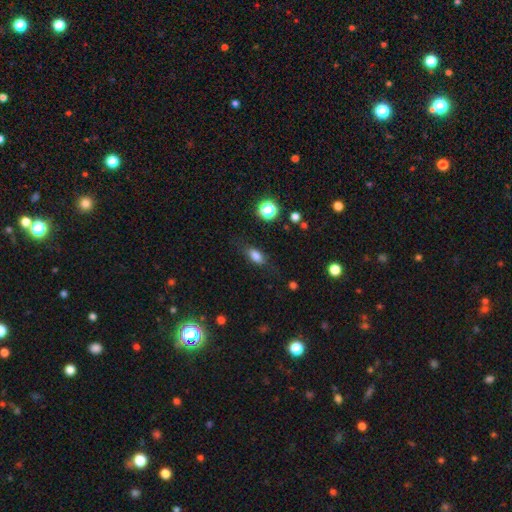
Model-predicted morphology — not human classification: This is likely a smooth galaxy (78%). How rounded: likely in between (79%). Merging: likely none (74%).